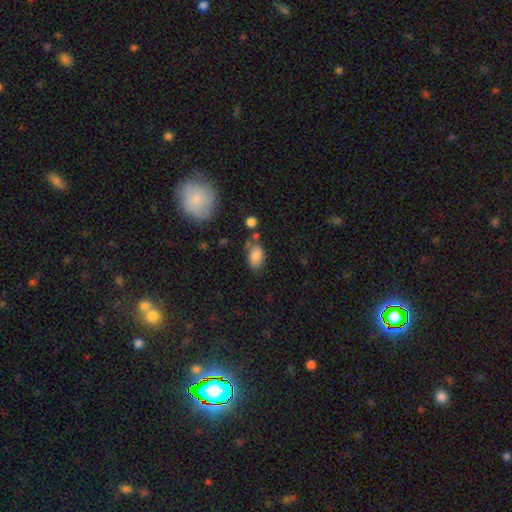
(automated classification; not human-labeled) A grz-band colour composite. It shows a smooth galaxy with no disk features (84%) that is in between round and cigar-shaped (89%). Merging: none (59%).